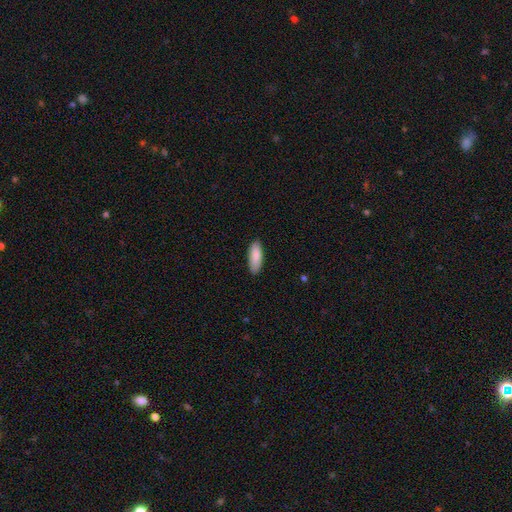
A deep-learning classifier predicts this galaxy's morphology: smooth_or_featured: smooth (p=0.87) [alt: featured or disk p=0.08]
how_rounded: in between (p=0.71) [alt: cigar-shaped p=0.27]
merging: none (p=0.87) [alt: minor disturbance p=0.10]